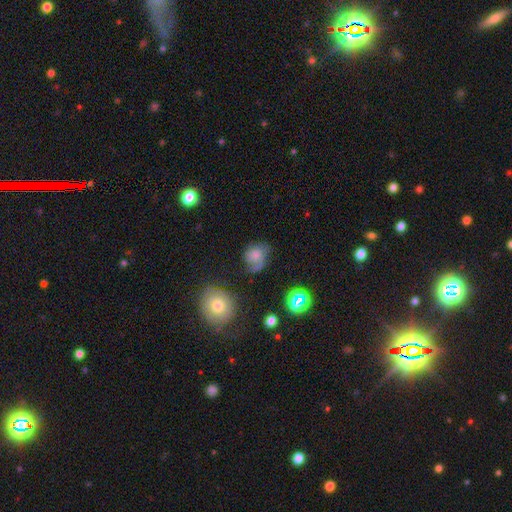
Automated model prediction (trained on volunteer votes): smooth-or-featured: smooth: 49% | featured or disk: 37% | star or artifact: 14%
  merging: none: 41% | minor disturbance: 28% | major disturbance: 27% | merger: 4%